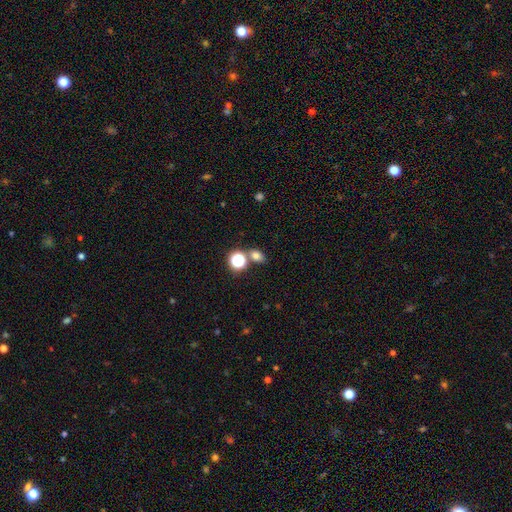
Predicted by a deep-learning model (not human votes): This is likely a smooth galaxy (72%). How rounded: likely in between (60%). Merging: likely none (69%).